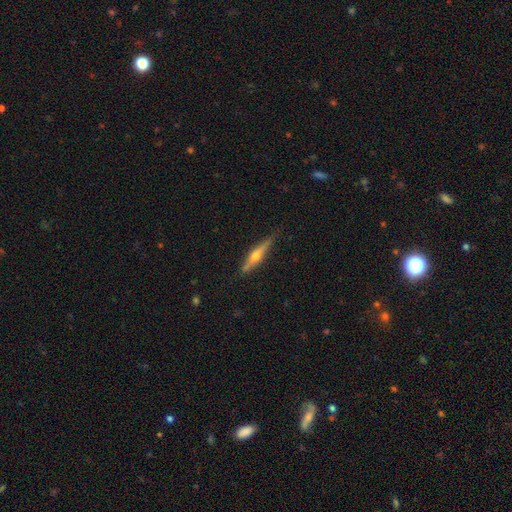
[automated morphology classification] Q: Smooth or featured?
A: featured or disk (70%); runner-up: smooth (24%)
Q: Edge-on disk?
A: yes (97%); runner-up: no (3%)
Q: Edge-on bulge?
A: rounded (93%); runner-up: none (4%)
Q: Merging?
A: none (83%); runner-up: minor disturbance (13%)